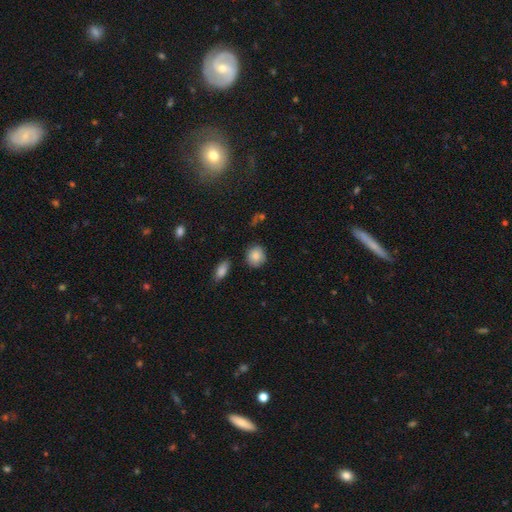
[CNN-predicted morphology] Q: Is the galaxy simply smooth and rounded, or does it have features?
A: smooth — 86%.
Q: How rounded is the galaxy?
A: round — 77%.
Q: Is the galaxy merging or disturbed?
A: none — 79%.